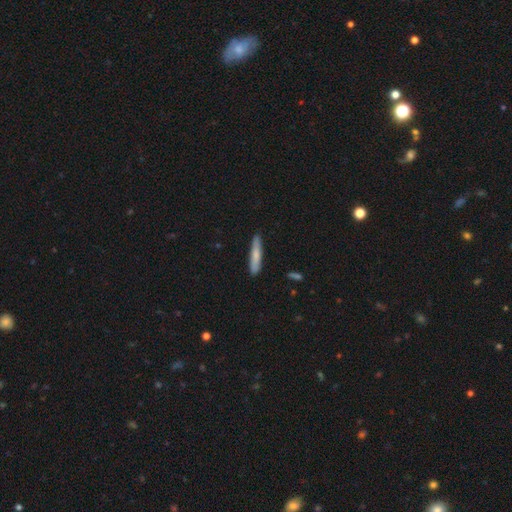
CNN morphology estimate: This appears to be a smooth galaxy with no disk features (74%) that is cigar-shaped (90%). Merging: none (86%).